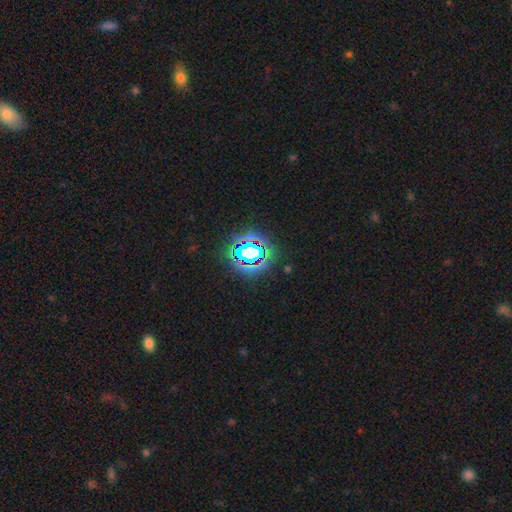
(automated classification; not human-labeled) The model was most divided on "smooth or featured": star or artifact: 76%, smooth: 16%, featured or disk: 9%.